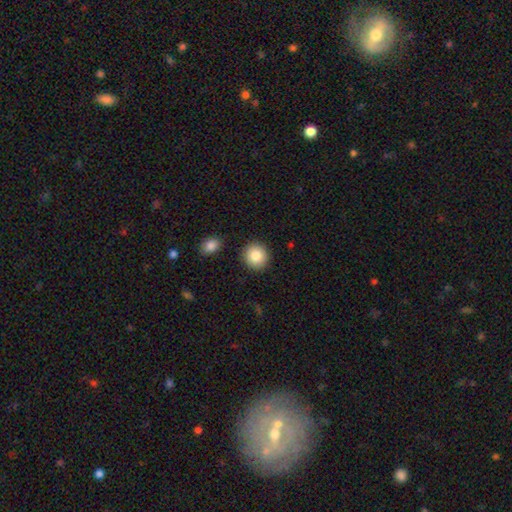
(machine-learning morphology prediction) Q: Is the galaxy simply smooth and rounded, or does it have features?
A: smooth — 85%.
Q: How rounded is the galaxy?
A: round — 91%.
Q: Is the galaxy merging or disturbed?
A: none — 89%.